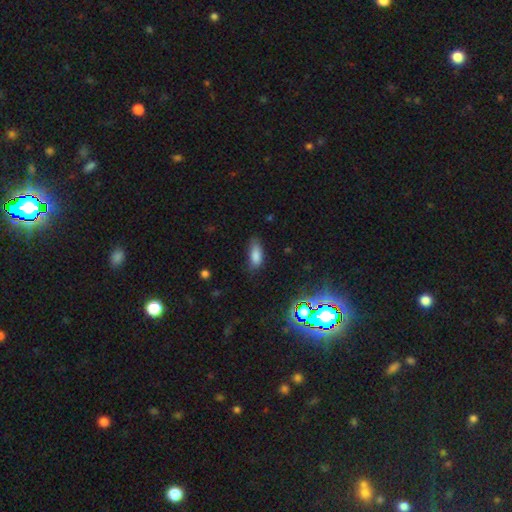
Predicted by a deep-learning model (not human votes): A smooth galaxy with no disk features (81%) that is in between round and cigar-shaped (82%). Merging: none (68%).